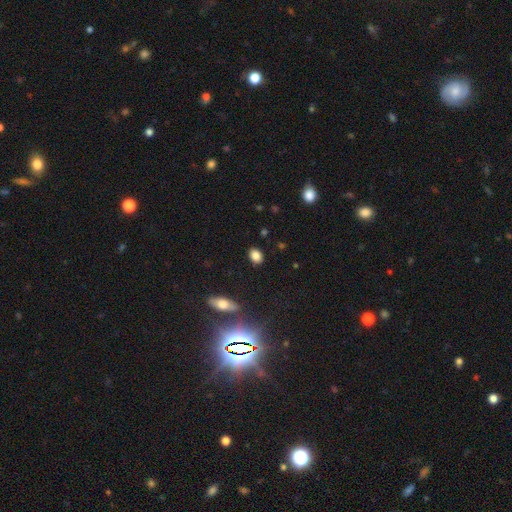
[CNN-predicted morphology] Smooth or featured: smooth — 85% (star or artifact — 9%)
How rounded: in between — 74% (round — 25%)
Merging: none — 87% (minor disturbance — 9%)